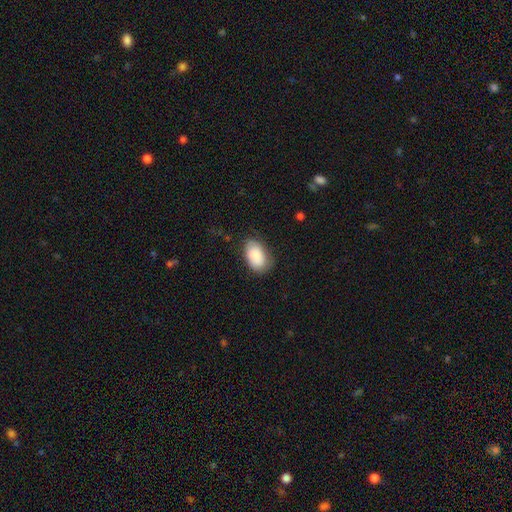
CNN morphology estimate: A smooth galaxy with no disk features (85%) that is in between round and cigar-shaped (92%).

Vote fractions:
- Smooth or featured? smooth: 85% / featured or disk: 9% / star or artifact: 6%
- How rounded? in between: 92% / round: 6% / cigar-shaped: 1%
- Merging? none: 72% / minor disturbance: 21% / major disturbance: 5% / merger: 1%